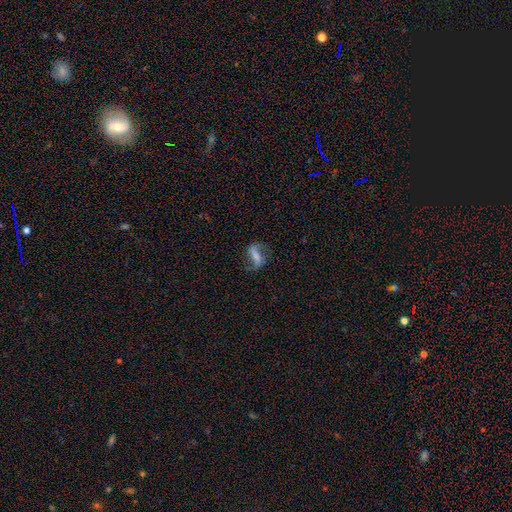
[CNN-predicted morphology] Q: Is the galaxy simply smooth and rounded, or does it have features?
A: featured or disk — 62%.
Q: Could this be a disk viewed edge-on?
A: no — 90%.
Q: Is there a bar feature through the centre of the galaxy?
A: strong — 54%.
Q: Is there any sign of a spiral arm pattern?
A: yes — 83%.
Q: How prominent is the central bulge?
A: small — 34%.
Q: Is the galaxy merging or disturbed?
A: none — 67%.